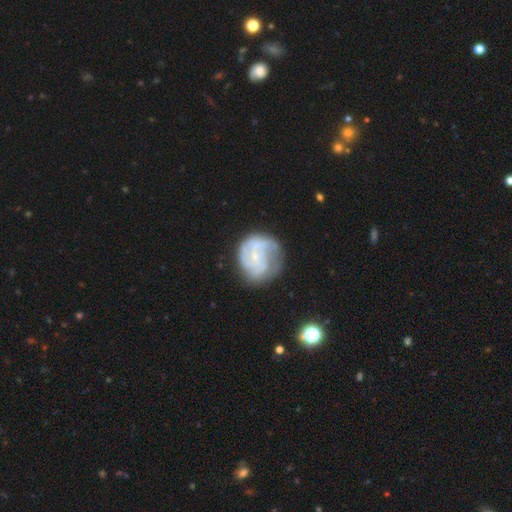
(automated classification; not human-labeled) Q: Smooth or featured?
A: featured or disk (70%); runner-up: smooth (23%)
Q: Edge-on disk?
A: no (98%); runner-up: yes (2%)
Q: Bar?
A: no (69%); runner-up: weak (27%)
Q: Spiral arms?
A: yes (81%); runner-up: no (19%)
Q: Spiral winding?
A: tight (44%); runner-up: medium (39%)
Q: Spiral arm count?
A: can't tell (37%); runner-up: 2 (24%)
Q: Bulge size?
A: small (73%); runner-up: moderate (14%)
Q: Merging?
A: none (56%); runner-up: minor disturbance (25%)